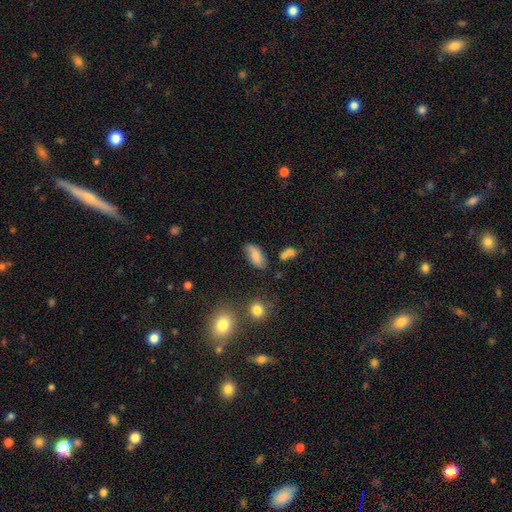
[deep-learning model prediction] Smooth or featured: smooth — 78% (featured or disk — 13%)
How rounded: in between — 88% (cigar-shaped — 9%)
Merging: none — 73% (minor disturbance — 18%)